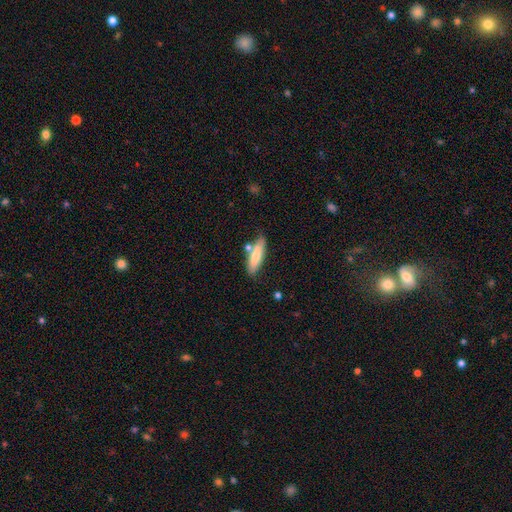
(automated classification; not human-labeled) The model was most divided on "how rounded": cigar-shaped: 62%, in between: 36%, round: 2%. More confident: smooth or featured — smooth (71%); merging — none (70%).